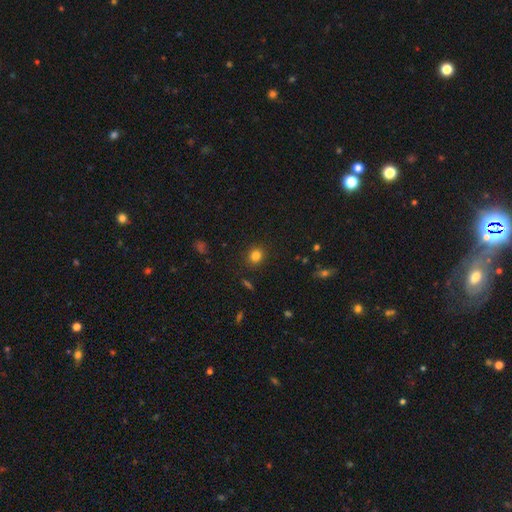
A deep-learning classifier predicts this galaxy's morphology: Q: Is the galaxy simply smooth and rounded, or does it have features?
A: smooth — 82%.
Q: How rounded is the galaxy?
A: round — 83%.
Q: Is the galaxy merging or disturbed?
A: none — 90%.